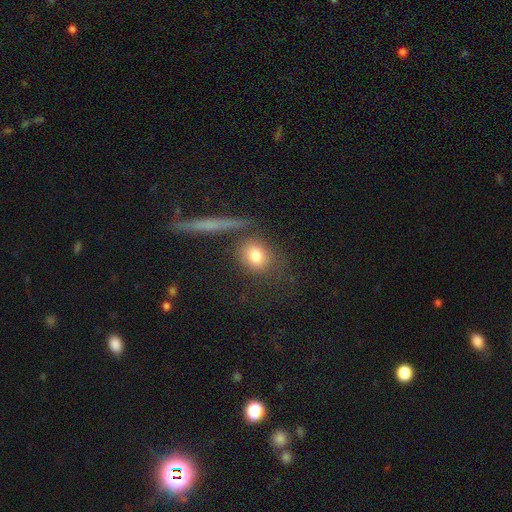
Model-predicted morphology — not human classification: Smooth or featured?
  - smooth: 79% *
  - featured or disk: 11%
  - star or artifact: 10%
How rounded?
  - round: 63% *
  - in between: 32%
  - cigar-shaped: 5%
Merging?
  - none: 72% *
  - minor disturbance: 12%
  - merger: 9%
  - major disturbance: 6%